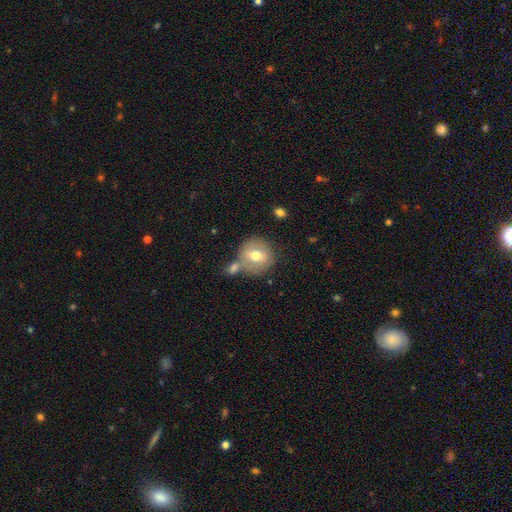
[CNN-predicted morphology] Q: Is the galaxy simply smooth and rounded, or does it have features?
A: smooth — 65%.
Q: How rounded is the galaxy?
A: round — 86%.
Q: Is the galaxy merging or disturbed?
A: none — 57%.